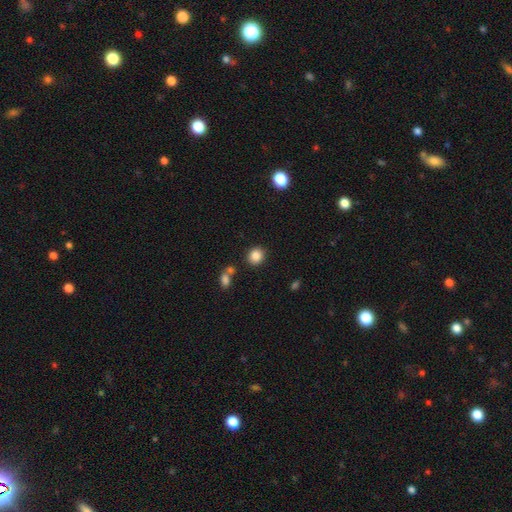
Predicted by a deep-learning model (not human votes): smooth 85%, star or artifact 10%, featured or disk 5%. Down the decision tree: how rounded — round (81%); merging — none (82%).